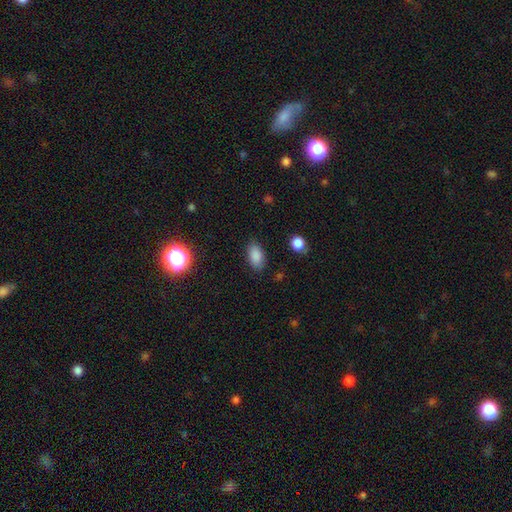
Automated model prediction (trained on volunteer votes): The model was most divided on "merging": none: 84%, minor disturbance: 11%, major disturbance: 3%, merger: 1%. More confident: how rounded — in between (91%); smooth or featured — smooth (85%).